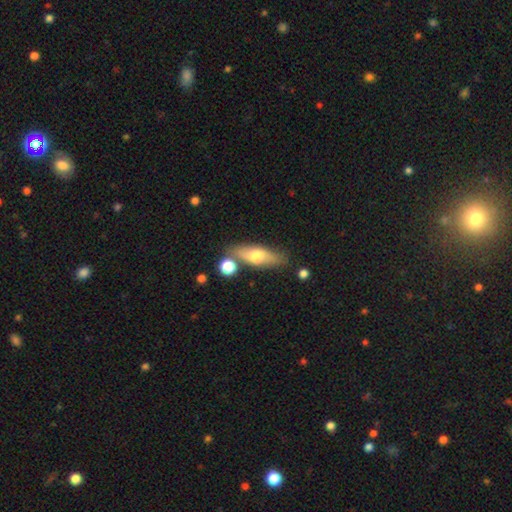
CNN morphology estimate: This is possibly a smooth galaxy (57%). How rounded: possibly in between (50%). Merging: likely none (74%).